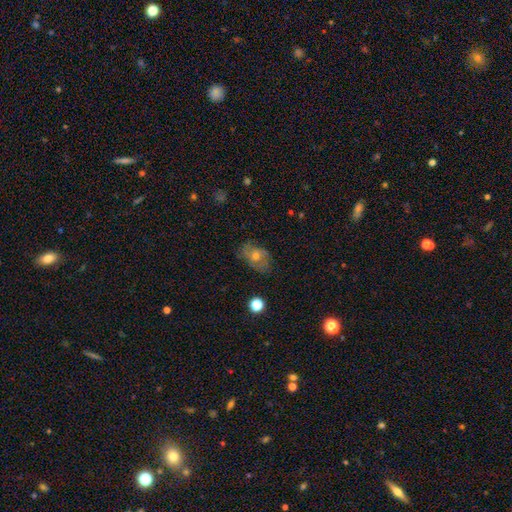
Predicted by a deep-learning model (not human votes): smooth 46%, featured or disk 41%, star or artifact 13%. Down the decision tree: merging — none (69%).